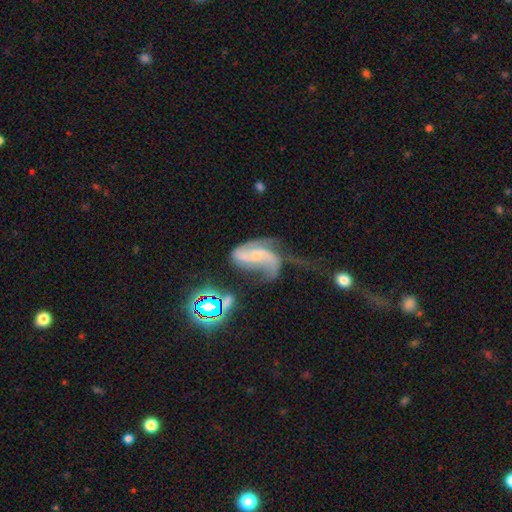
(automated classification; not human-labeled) This appears to be a featured or disk galaxy (79%) with no bar (49%), 2 (69%) loose (52%) spiral arms (92%) and a small central bulge (58%). Merging: major disturbance (44%).